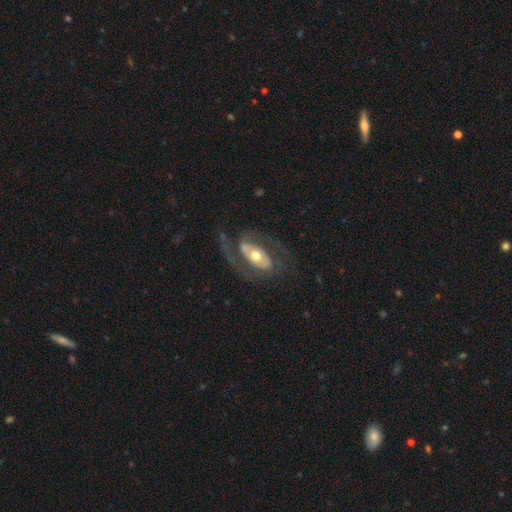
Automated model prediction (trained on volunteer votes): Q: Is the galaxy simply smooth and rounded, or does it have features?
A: featured or disk — 78%.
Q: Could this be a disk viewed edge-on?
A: no — 94%.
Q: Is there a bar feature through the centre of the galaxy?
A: no — 45%.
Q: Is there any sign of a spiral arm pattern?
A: yes — 81%.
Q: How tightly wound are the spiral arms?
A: medium — 48%.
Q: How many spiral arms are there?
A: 2 — 82%.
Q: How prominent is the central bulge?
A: moderate — 69%.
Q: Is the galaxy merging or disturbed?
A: none — 64%.